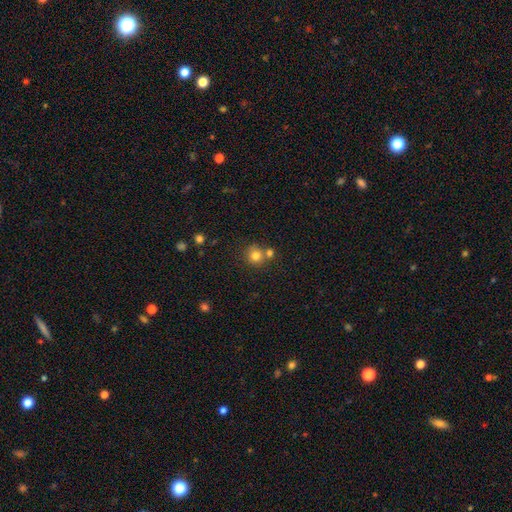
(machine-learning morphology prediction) This appears to be a smooth galaxy with no disk features (79%) that is round (89%). Merging: none (61%).